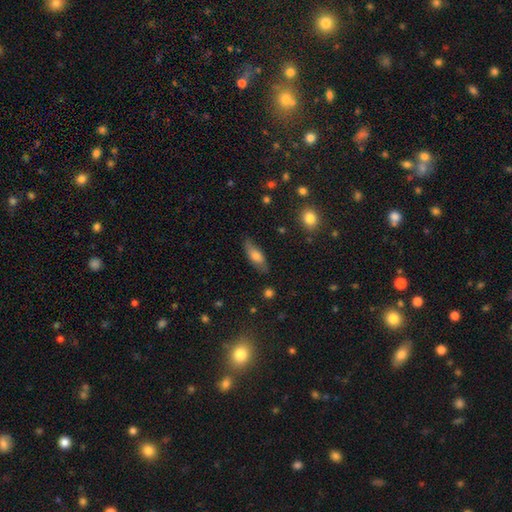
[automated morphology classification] This is likely a smooth galaxy (67%). How rounded: likely in between (66%). Merging: likely none (75%).